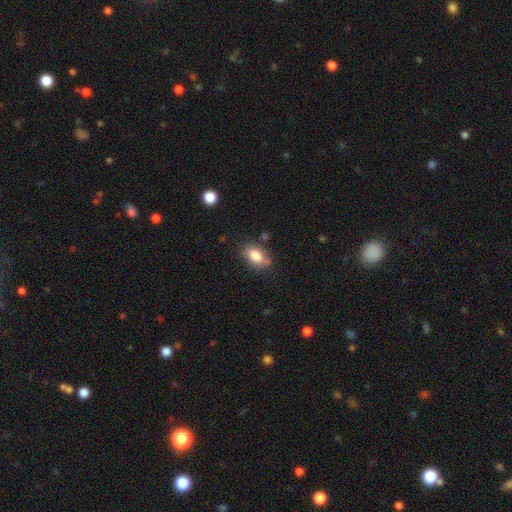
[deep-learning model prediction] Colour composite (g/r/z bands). It shows a smooth galaxy with no disk features (84%) that is in between round and cigar-shaped (88%). Merging: none (74%).